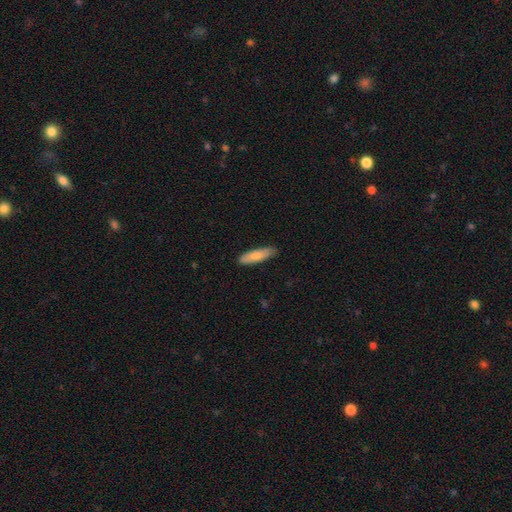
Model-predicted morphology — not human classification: The model was most divided on "how rounded": cigar-shaped: 64%, in between: 34%, round: 2%. More confident: merging — none (84%); smooth or featured — smooth (82%).